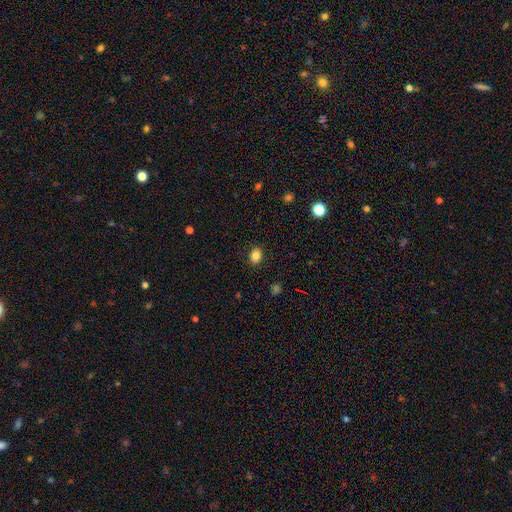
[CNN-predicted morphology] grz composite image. It shows a smooth galaxy with no disk features (83%) that is in between round and cigar-shaped (50%). Merging: none (88%).